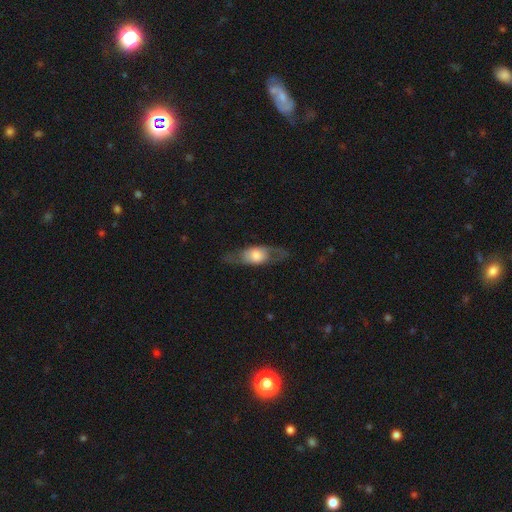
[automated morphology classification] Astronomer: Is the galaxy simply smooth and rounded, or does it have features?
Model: featured or disk — 54% (runner-up: smooth, 40%).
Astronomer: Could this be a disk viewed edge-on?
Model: yes — 52% (runner-up: no, 48%).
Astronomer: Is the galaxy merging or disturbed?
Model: none — 72%.